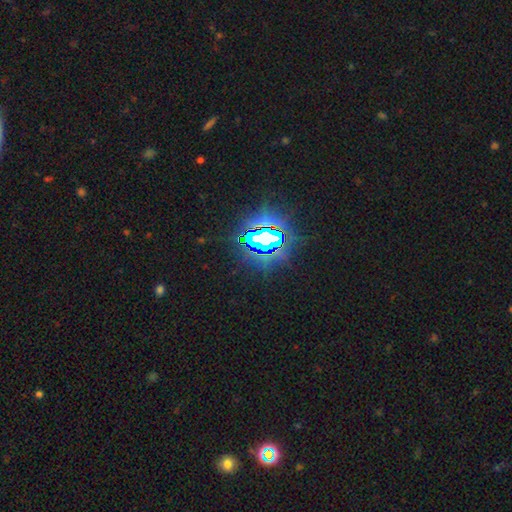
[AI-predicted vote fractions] Smooth or featured? star or artifact (84%)